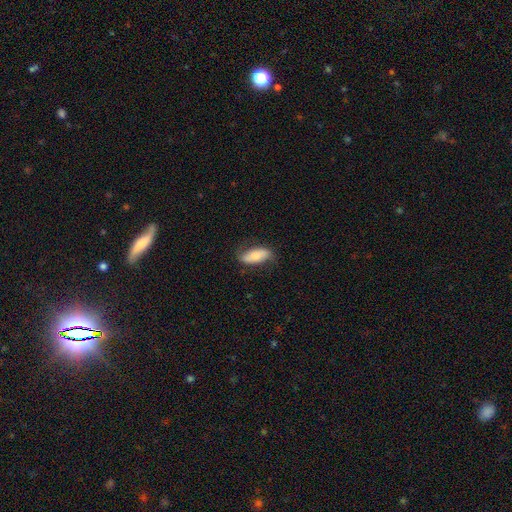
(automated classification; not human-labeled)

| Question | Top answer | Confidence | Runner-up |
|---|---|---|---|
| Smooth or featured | smooth | 65% | featured or disk (29%) |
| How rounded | in between | 82% | cigar-shaped (15%) |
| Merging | none | 70% | minor disturbance (22%) |